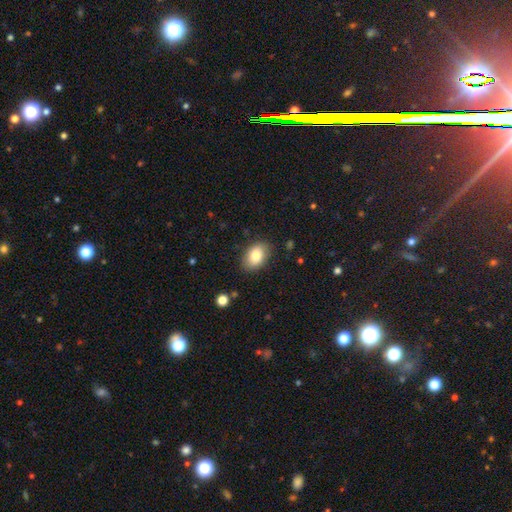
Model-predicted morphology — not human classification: Smooth or featured? smooth (82%)
How rounded? in between (86%)
Merging? none (85%)